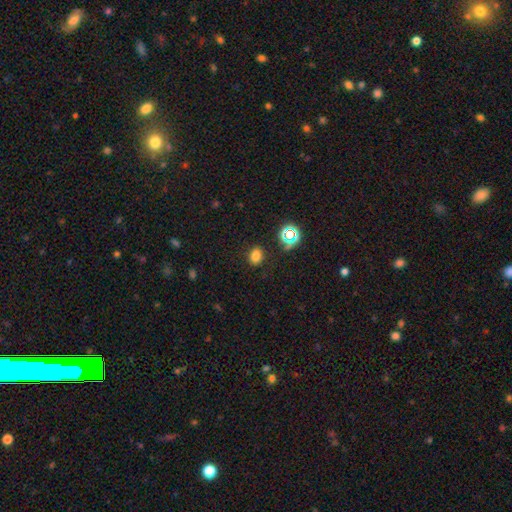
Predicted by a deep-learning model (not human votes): A smooth galaxy with no disk features (74%) that is in between round and cigar-shaped (63%).

Vote fractions:
- Smooth or featured? smooth: 74% / star or artifact: 20% / featured or disk: 6%
- How rounded? in between: 63% / round: 35% / cigar-shaped: 1%
- Merging? none: 84% / minor disturbance: 10% / major disturbance: 4% / merger: 2%